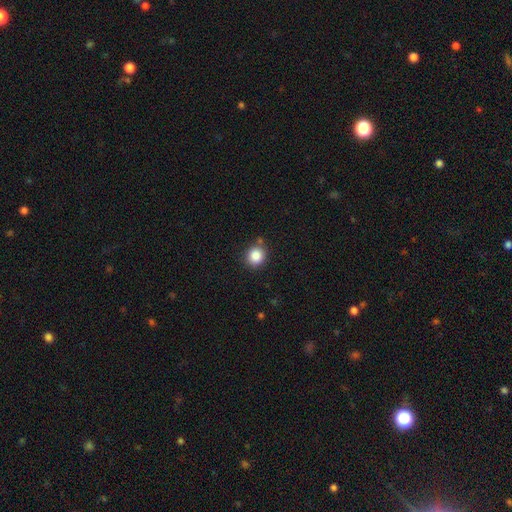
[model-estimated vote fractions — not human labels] smooth 86%, star or artifact 10%, featured or disk 4%. Down the decision tree: how rounded — round (86%); merging — none (81%).